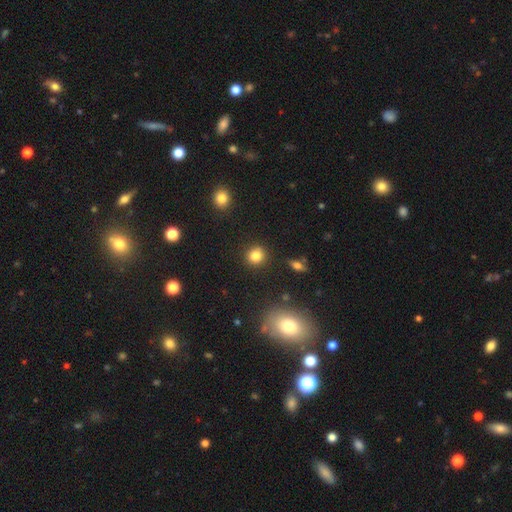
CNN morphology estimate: Overall: smooth (83%). How rounded: round (83%). Merging: none (89%).